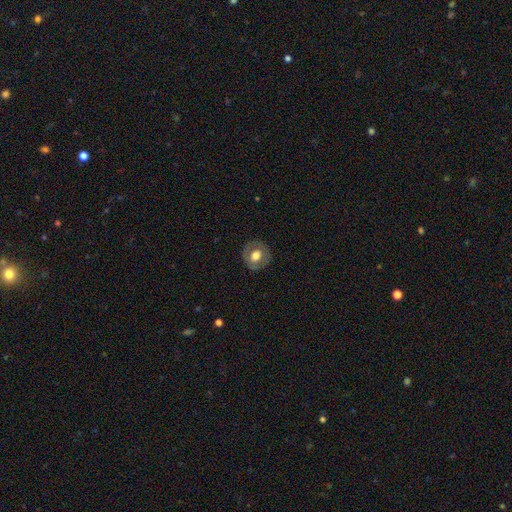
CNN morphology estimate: This is possibly a smooth galaxy (54%). How rounded: clearly round (83%). Merging: clearly none (84%).